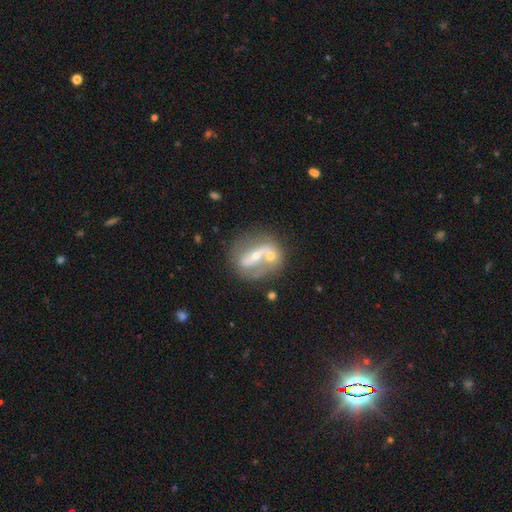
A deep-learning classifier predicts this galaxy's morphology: type=featured or disk (68%); edge-on=no (92%); bar=strong (42%); spiral arms=yes (56%); bulge=moderate (52%); merging=merger (39%, tied with none).